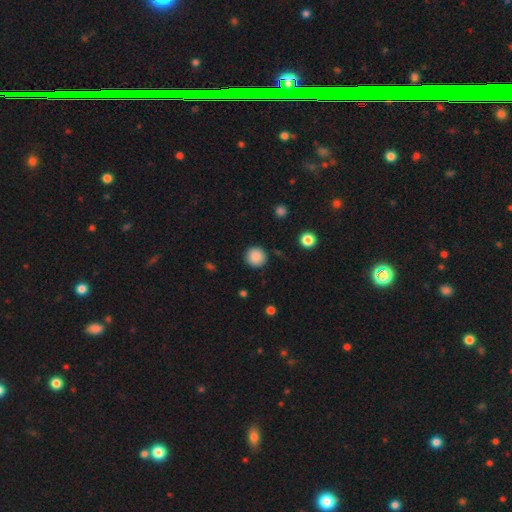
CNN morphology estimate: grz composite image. It shows a smooth galaxy with no disk features (88%) that is round (94%). Merging: none (89%).